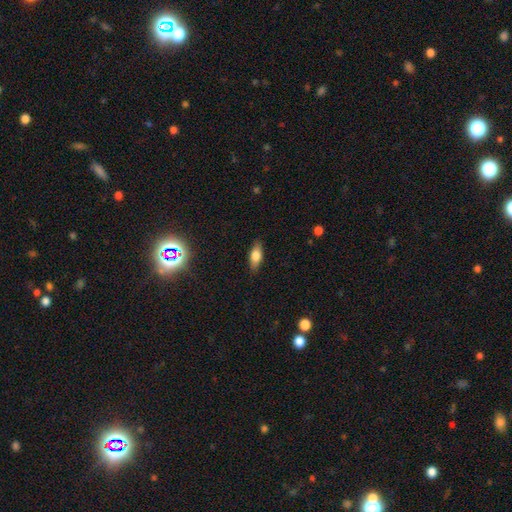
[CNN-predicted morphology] The model was most divided on "smooth or featured": smooth: 72%, featured or disk: 19%, star or artifact: 8%. More confident: merging — none (86%); how rounded — in between (76%).